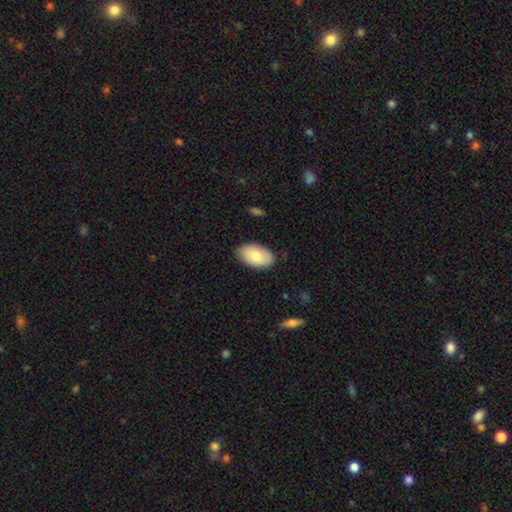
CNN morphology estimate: smooth-or-featured: smooth: 78% | featured or disk: 17% | star or artifact: 6%
  how-rounded: in between: 94% | round: 5% | cigar-shaped: 1%
  merging: none: 83% | minor disturbance: 13% | major disturbance: 2% | merger: 1%